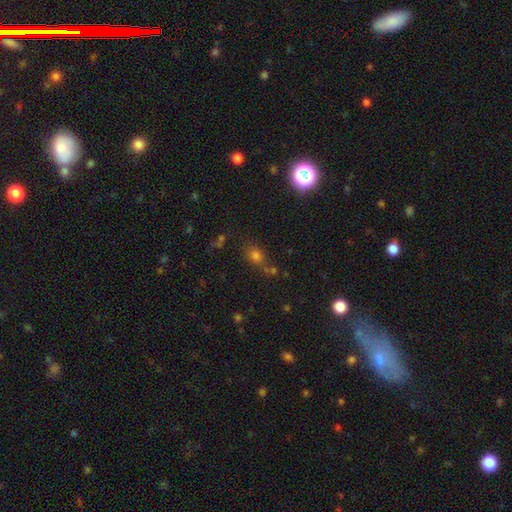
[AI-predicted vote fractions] smooth 65%, star or artifact 27%, featured or disk 9%. Down the decision tree: how rounded — round (51%); merging — none (62%).